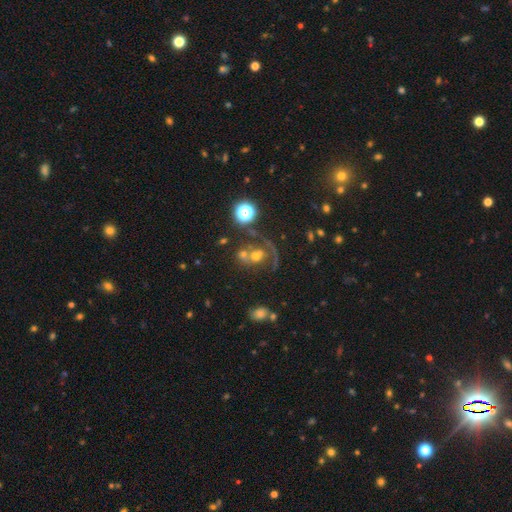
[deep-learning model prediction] featured or disk 40%, smooth 38%, star or artifact 22%. Down the decision tree: merging — merger (48%).